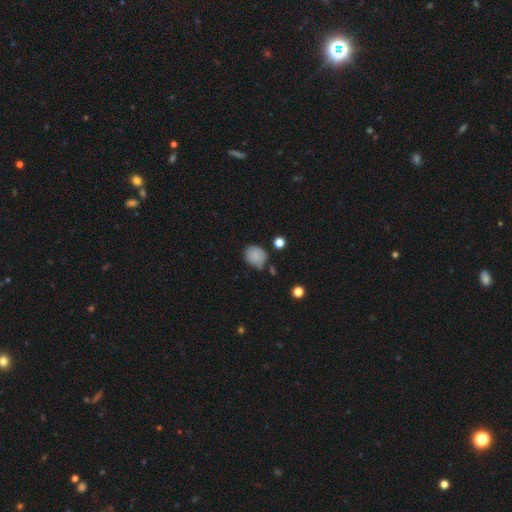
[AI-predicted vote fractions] This appears to be a smooth galaxy with no disk features (81%) that is round (61%). Merging: none (63%).